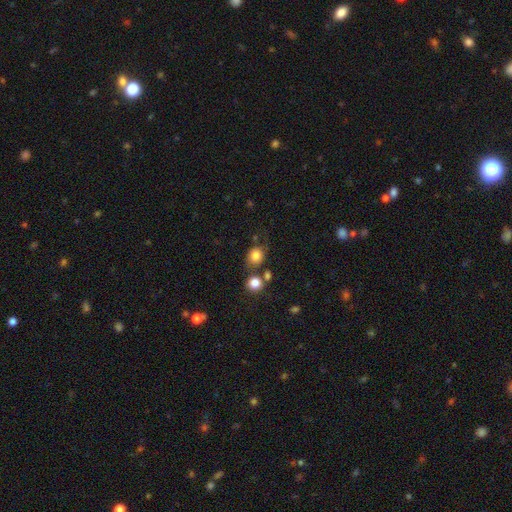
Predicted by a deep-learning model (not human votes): smooth-or-featured: smooth: 80% | star or artifact: 11% | featured or disk: 8%
  how-rounded: round: 72% | in between: 27% | cigar-shaped: 1%
  merging: none: 62% | minor disturbance: 16% | merger: 16% | major disturbance: 6%